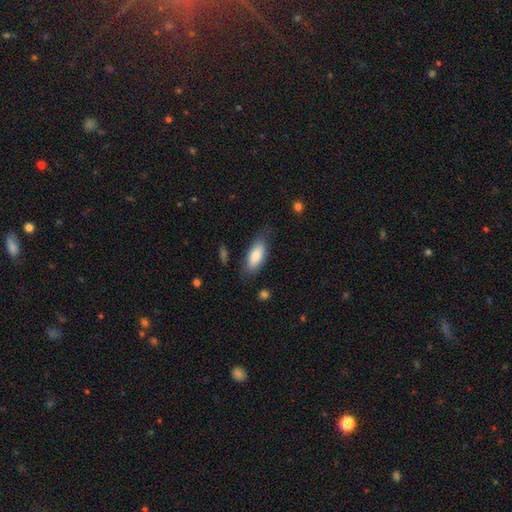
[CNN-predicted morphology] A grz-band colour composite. It shows a smooth galaxy with no disk features (80%) that is in between round and cigar-shaped (84%). Merging: none (70%).